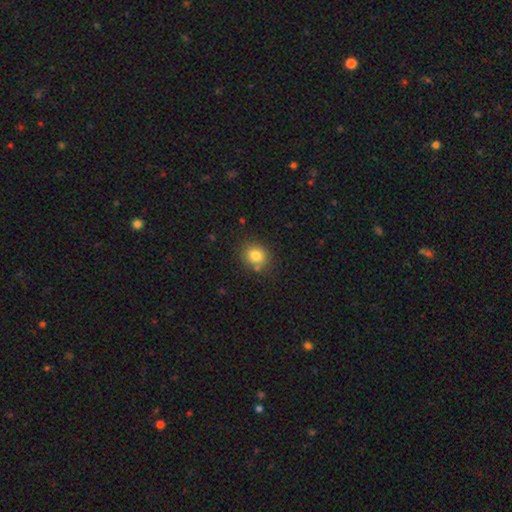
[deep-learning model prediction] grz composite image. It shows a smooth galaxy with no disk features (81%) that is round (75%). Merging: none (77%).